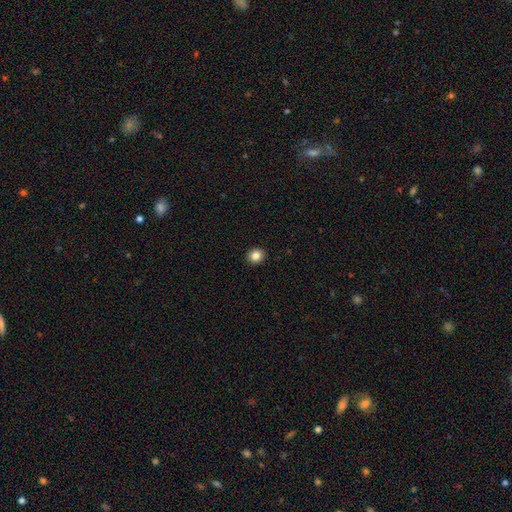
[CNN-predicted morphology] The model was most divided on "how rounded": round: 74%, in between: 26%, cigar-shaped: 1%. More confident: merging — none (92%); smooth or featured — smooth (85%).